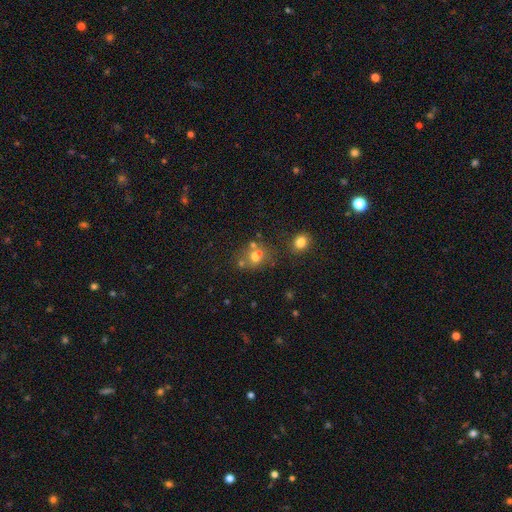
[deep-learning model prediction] A smooth galaxy with no disk features (60%) that is round (64%).

Vote fractions:
- Smooth or featured? smooth: 60% / featured or disk: 21% / star or artifact: 18%
- How rounded? round: 64% / in between: 35% / cigar-shaped: 1%
- Merging? none: 43% / merger: 38% / minor disturbance: 12% / major disturbance: 7%